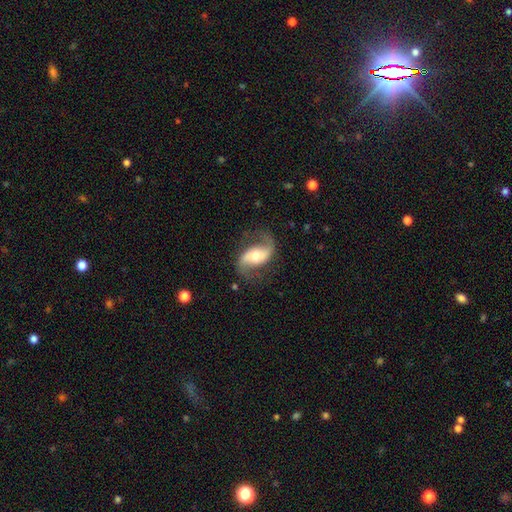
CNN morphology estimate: smooth-or-featured: featured or disk: 85% | smooth: 10% | star or artifact: 5%
  disk-edge-on: no: 96% | yes: 4%
    bar: weak: 35% | no: 34% | strong: 30%
    has-spiral-arms: yes: 96% | no: 4%
      spiral-winding: loose: 70% | medium: 24% | tight: 6%
      spiral-arm-count: 2: 92% | 1: 3% | can't tell: 2% | 3: 1% | 4: 1% | more than 4: 1%
    bulge-size: moderate: 60% | small: 26% | large: 10% | dominant: 2% | none: 2%
  merging: none: 75% | minor disturbance: 15% | major disturbance: 8% | merger: 2%